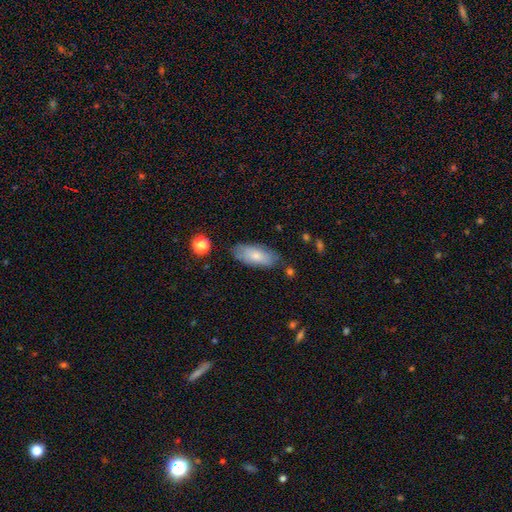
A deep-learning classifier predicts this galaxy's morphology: A smooth galaxy with no disk features (75%) that is in between round and cigar-shaped (85%). Merging: none (75%).